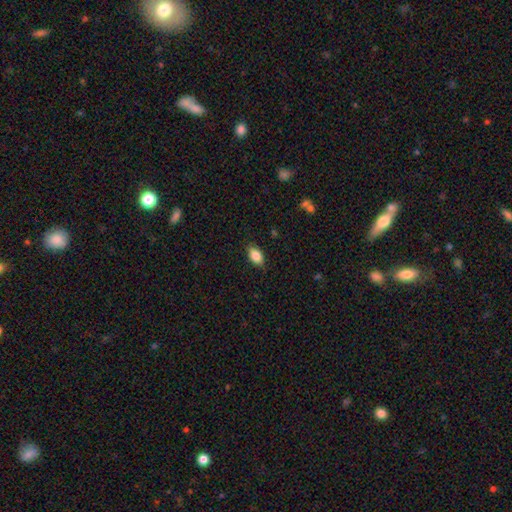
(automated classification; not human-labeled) This is clearly a smooth galaxy (86%). How rounded: clearly in between (90%). Merging: clearly none (85%).